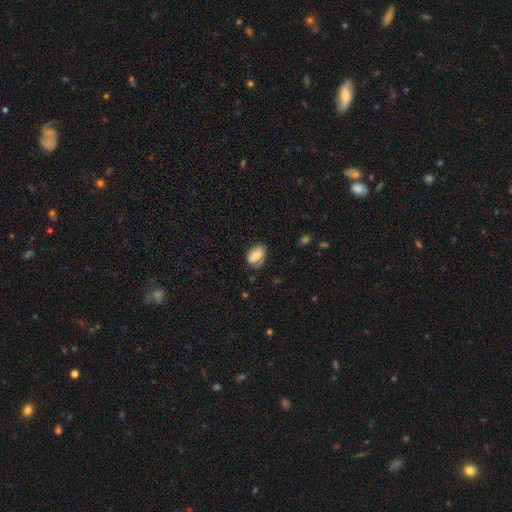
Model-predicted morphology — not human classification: smooth 69%, featured or disk 23%, star or artifact 8%. Down the decision tree: how rounded — in between (87%); merging — none (57%).